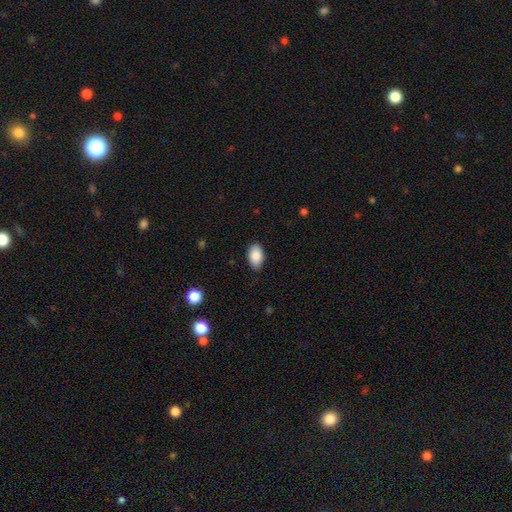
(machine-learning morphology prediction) Smooth or featured: smooth — 88% (star or artifact — 7%)
How rounded: in between — 93% (round — 6%)
Merging: none — 83% (minor disturbance — 14%)